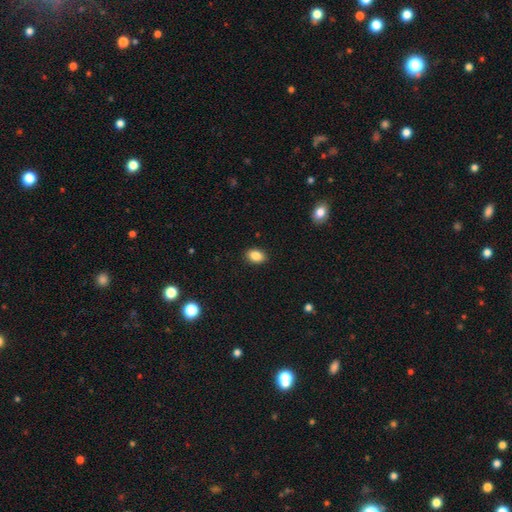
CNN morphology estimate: Smooth or featured: smooth — 86% (star or artifact — 9%)
How rounded: in between — 82% (round — 16%)
Merging: none — 90% (minor disturbance — 8%)